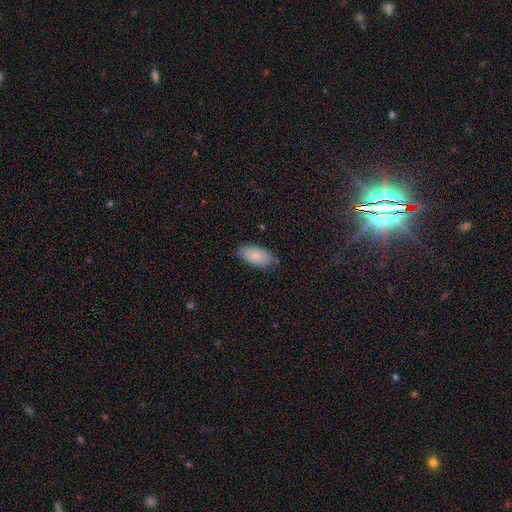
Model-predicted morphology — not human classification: A smooth galaxy with no disk features (79%) that is in between round and cigar-shaped (93%).

Vote fractions:
- Smooth or featured? smooth: 79% / featured or disk: 14% / star or artifact: 6%
- How rounded? in between: 93% / cigar-shaped: 4% / round: 3%
- Merging? none: 79% / minor disturbance: 17% / major disturbance: 3% / merger: 1%